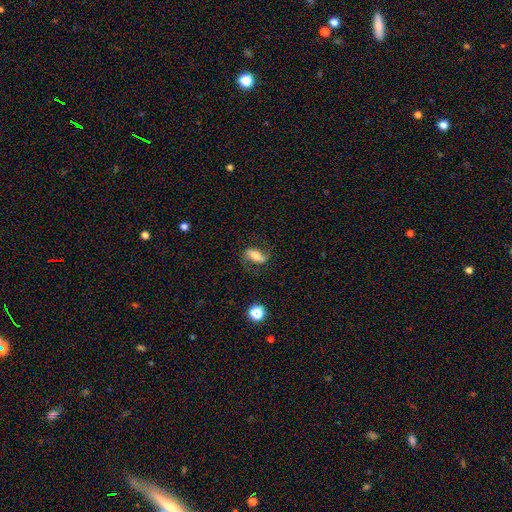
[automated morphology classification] This appears to be a featured or disk galaxy (62%) with a strong bar (42%), spiral arms (87%) and a moderate central bulge (59%). Merging: none (70%).